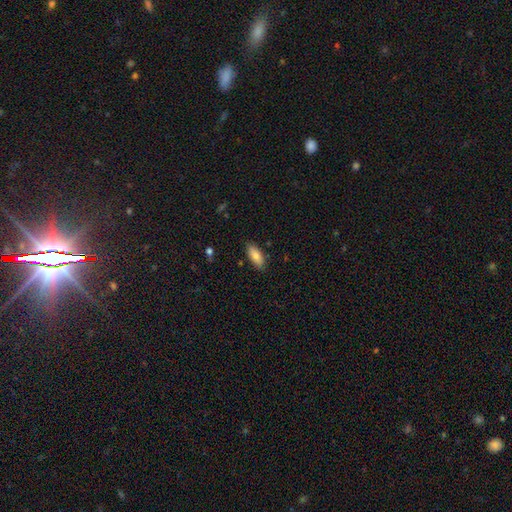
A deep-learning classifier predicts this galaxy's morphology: This appears to be a smooth galaxy with no disk features (86%) that is in between round and cigar-shaped (82%). Merging: none (85%).